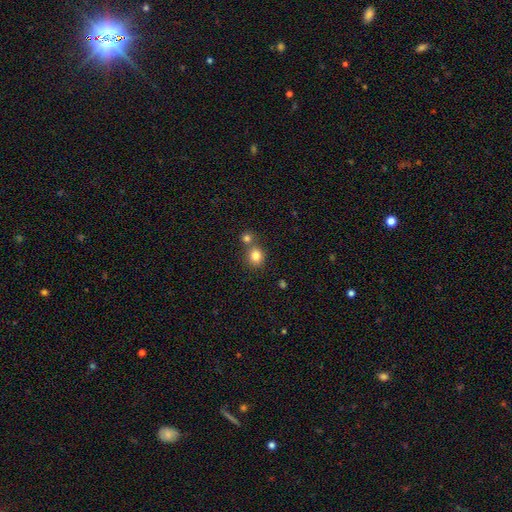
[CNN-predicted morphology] smooth-or-featured: smooth: 82% | star or artifact: 11% | featured or disk: 6%
  how-rounded: round: 81% | in between: 18% | cigar-shaped: 1%
  merging: none: 60% | merger: 29% | minor disturbance: 8% | major disturbance: 2%